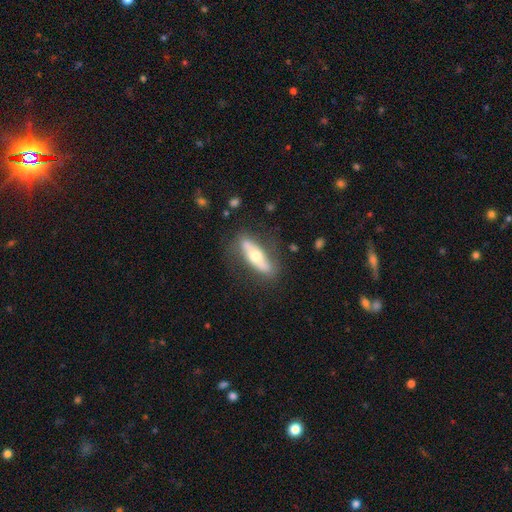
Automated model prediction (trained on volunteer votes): smooth-or-featured: featured or disk: 51% | smooth: 43% | star or artifact: 6%
  disk-edge-on: yes: 52% | no: 48%
  merging: none: 78% | minor disturbance: 15% | major disturbance: 6% | merger: 2%